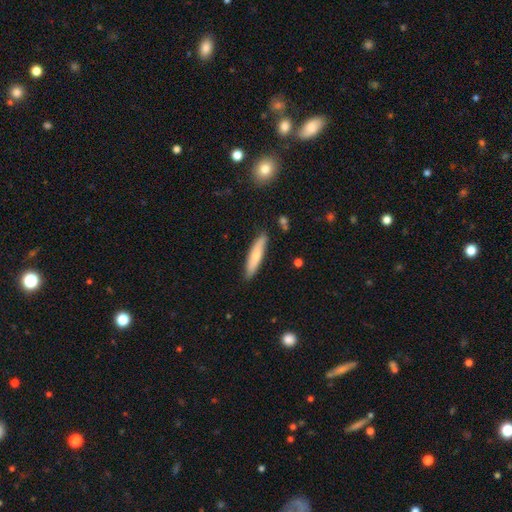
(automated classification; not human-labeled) smooth 67%, featured or disk 27%, star or artifact 6%. Down the decision tree: how rounded — cigar-shaped (83%); merging — none (85%).